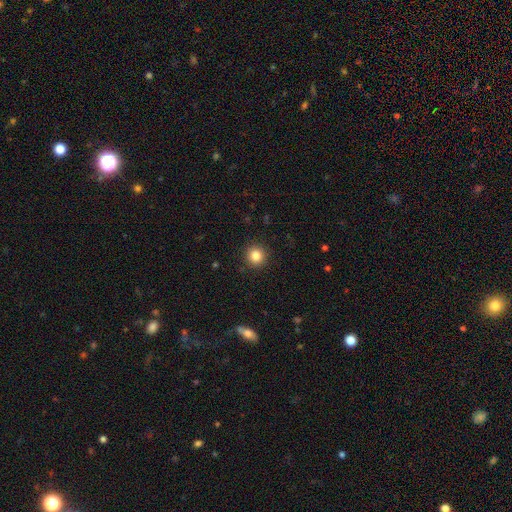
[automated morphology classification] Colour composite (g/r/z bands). It shows a smooth galaxy with no disk features (84%) that is round (94%). Merging: none (92%).